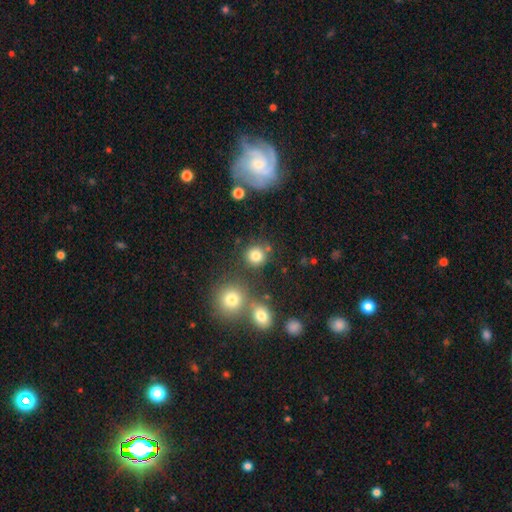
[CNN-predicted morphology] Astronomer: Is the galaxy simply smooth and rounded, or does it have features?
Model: smooth — 79%.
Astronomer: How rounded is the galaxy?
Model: round — 90%.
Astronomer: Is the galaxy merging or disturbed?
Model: none — 77%.